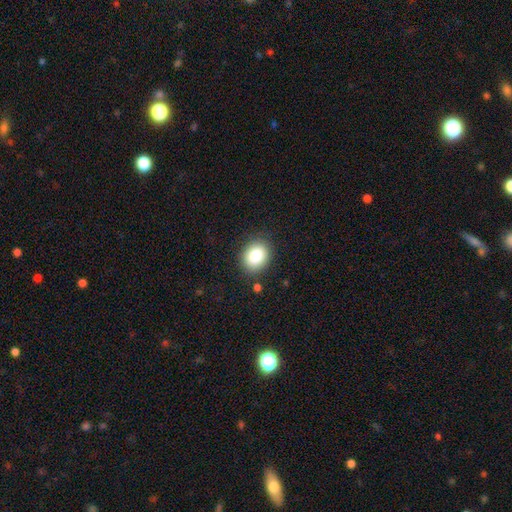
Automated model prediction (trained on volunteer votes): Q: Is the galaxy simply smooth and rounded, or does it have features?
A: smooth — 84%.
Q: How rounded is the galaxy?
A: in between — 53%.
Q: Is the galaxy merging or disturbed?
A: none — 85%.